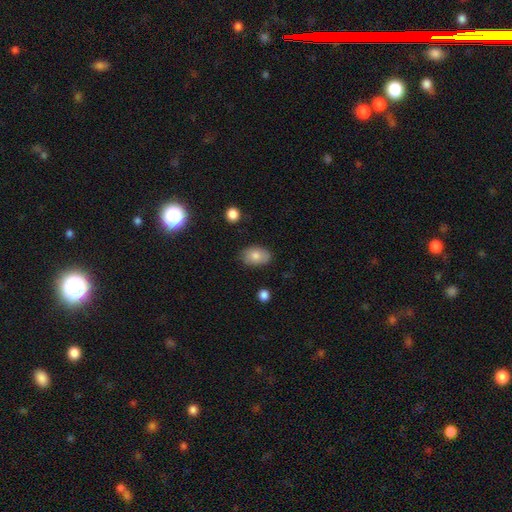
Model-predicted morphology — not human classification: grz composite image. It shows a smooth galaxy with no disk features (80%) that is in between round and cigar-shaped (87%). Merging: none (80%).